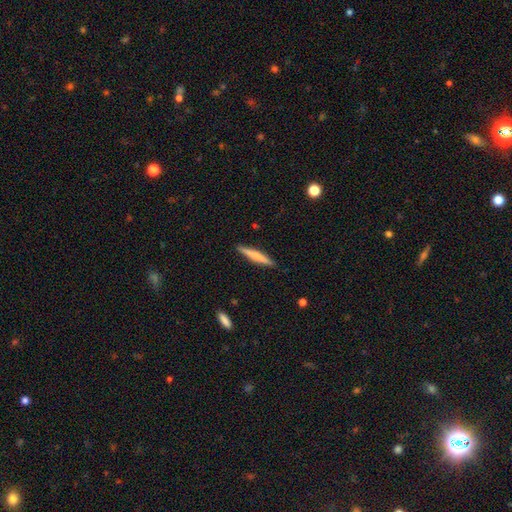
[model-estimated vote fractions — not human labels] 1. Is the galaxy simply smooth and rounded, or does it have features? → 65% smooth, 29% featured or disk, 5% star or artifact.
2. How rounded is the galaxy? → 93% cigar-shaped, 6% in between, 1% round.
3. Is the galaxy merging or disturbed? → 90% none, 7% minor disturbance, 1% major disturbance, 1% merger.